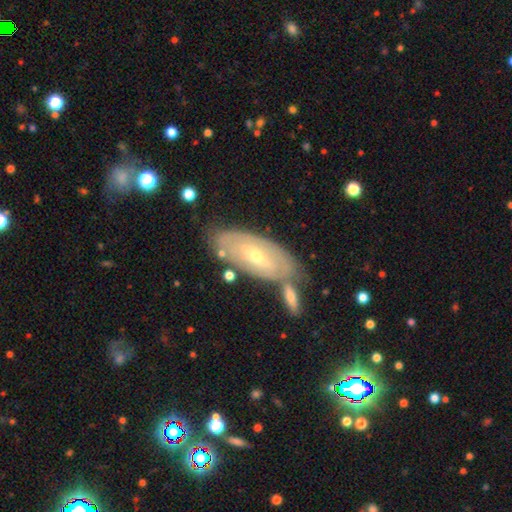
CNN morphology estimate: This is likely a featured or disk galaxy (72%). It is clearly not viewed edge-on (85%). Bar: possibly no (51%). Spiral arm pattern: likely yes (71%). Central bulge: possibly moderate (51%). Merging: likely none (64%).